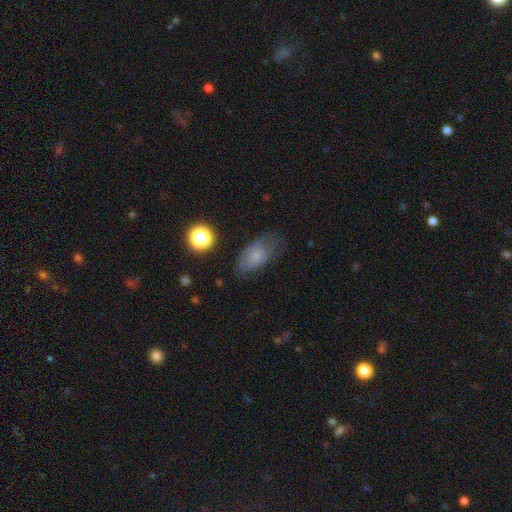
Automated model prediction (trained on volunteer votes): A smooth galaxy with no disk features (67%) that is in between round and cigar-shaped (88%). Merging: none (56%).